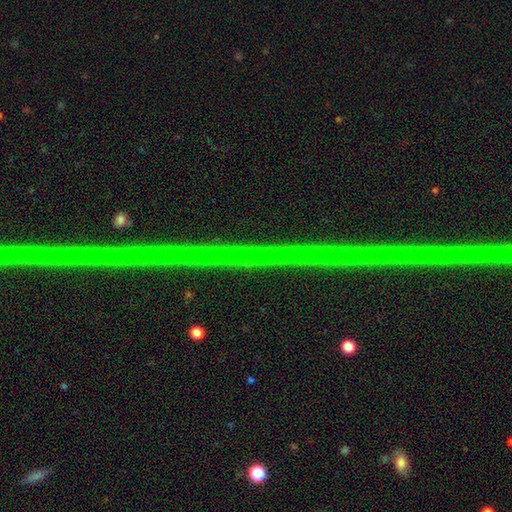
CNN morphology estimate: Smooth or featured? Predicted: star or artifact (p=0.85).